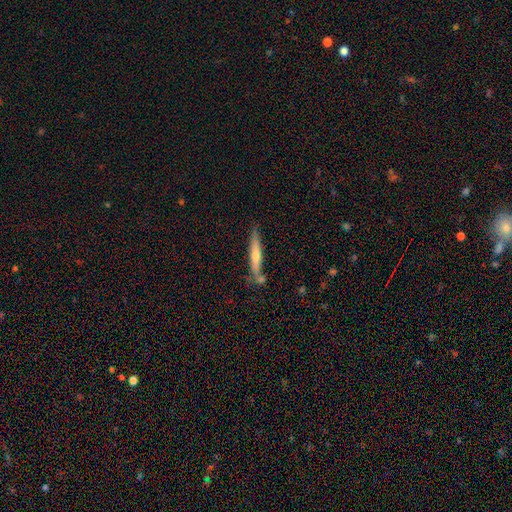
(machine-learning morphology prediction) Q: Smooth or featured?
A: featured or disk (58%); runner-up: smooth (34%)
Q: Edge-on disk?
A: yes (94%); runner-up: no (6%)
Q: Edge-on bulge?
A: rounded (74%); runner-up: none (20%)
Q: Merging?
A: none (78%); runner-up: minor disturbance (13%)